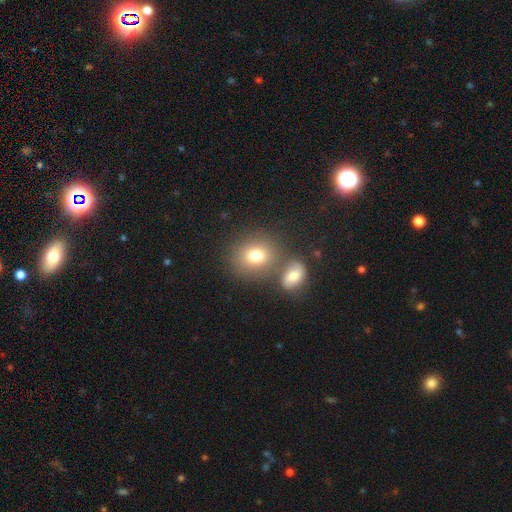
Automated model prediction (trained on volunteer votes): smooth 78%, featured or disk 12%, star or artifact 10%. Down the decision tree: how rounded — round (66%); merging — none (63%).